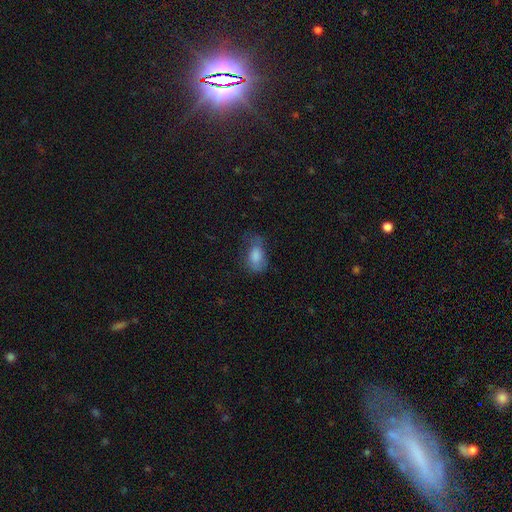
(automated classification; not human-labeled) smooth 70%, featured or disk 18%, star or artifact 11%. Down the decision tree: how rounded — in between (85%); merging — none (46%).